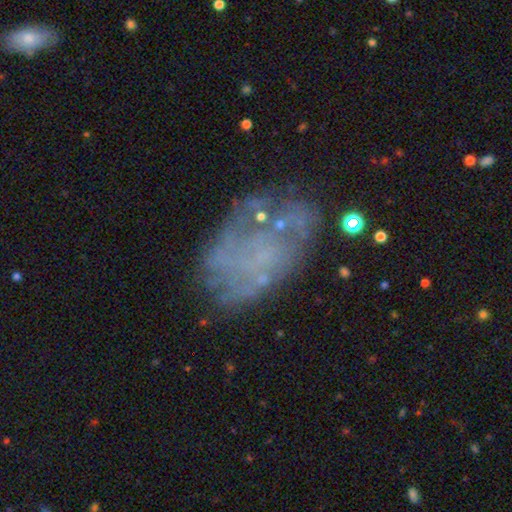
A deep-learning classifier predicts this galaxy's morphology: smooth_or_featured: featured or disk (p=0.59) [alt: smooth p=0.24]
disk_edge_on: no (p=0.97) [alt: yes p=0.03]
bar: no (p=0.89) [alt: weak p=0.08]
has_spiral_arms: no (p=0.68) [alt: yes p=0.32]
bulge_size: none (p=0.76) [alt: small p=0.16]
merging: none (p=0.62) [alt: minor disturbance p=0.18]